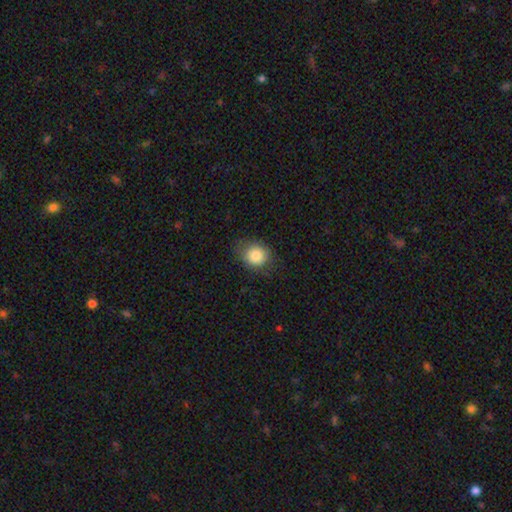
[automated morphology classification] This is clearly a smooth galaxy (84%). How rounded: likely round (71%). Merging: likely none (75%).